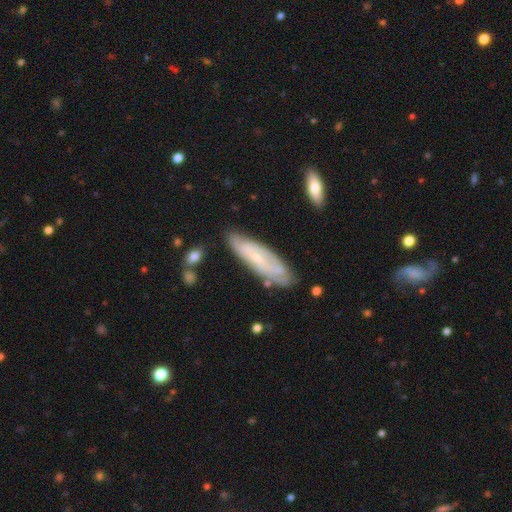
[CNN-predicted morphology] A featured or disk galaxy (52%). Merging: none (73%).